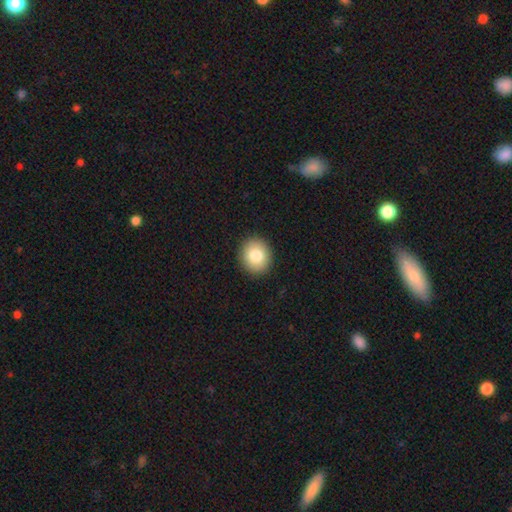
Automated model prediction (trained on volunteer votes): The model was most divided on "how rounded": round: 77%, in between: 22%, cigar-shaped: 1%. More confident: merging — none (92%); smooth or featured — smooth (82%).